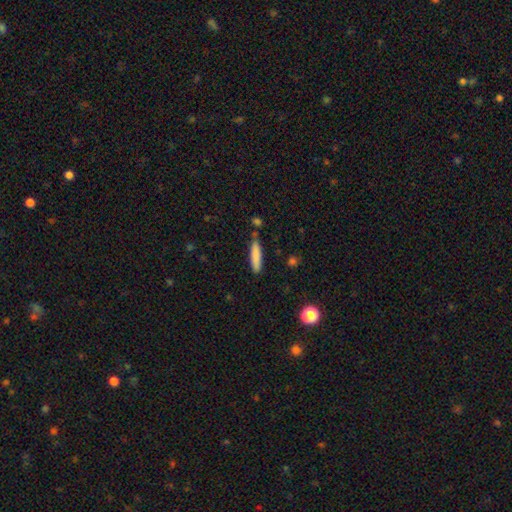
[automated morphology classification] Smooth or featured? Predicted: smooth (p=0.84). How rounded? Predicted: cigar-shaped (p=0.83). Merging? Predicted: none (p=0.79).